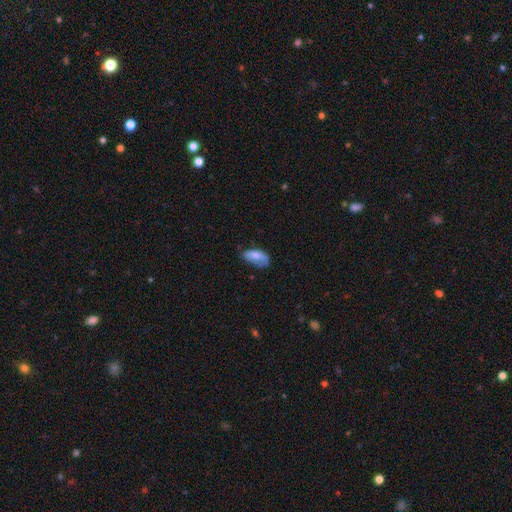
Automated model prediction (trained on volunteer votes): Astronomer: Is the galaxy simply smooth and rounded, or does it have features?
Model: smooth — 75%.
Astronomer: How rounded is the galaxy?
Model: in between — 89%.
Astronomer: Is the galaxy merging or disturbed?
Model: none — 45% (runner-up: minor disturbance, 36%).